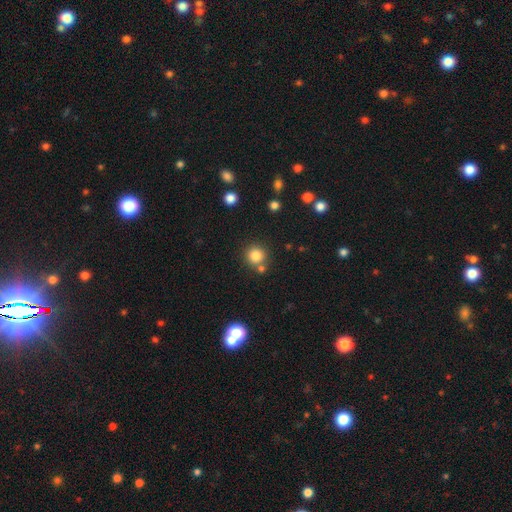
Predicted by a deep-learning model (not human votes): Morphology: type=smooth (82%); roundness=round (93%); merging=none (75%).